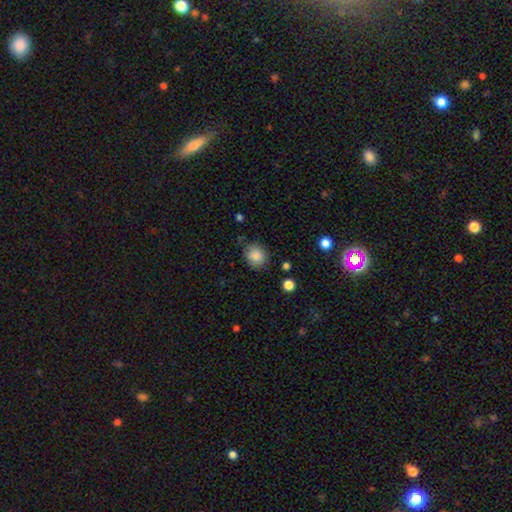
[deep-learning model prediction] Smooth or featured? Predicted: smooth (p=0.86). How rounded? Predicted: round (p=0.68). Merging? Predicted: none (p=0.75).